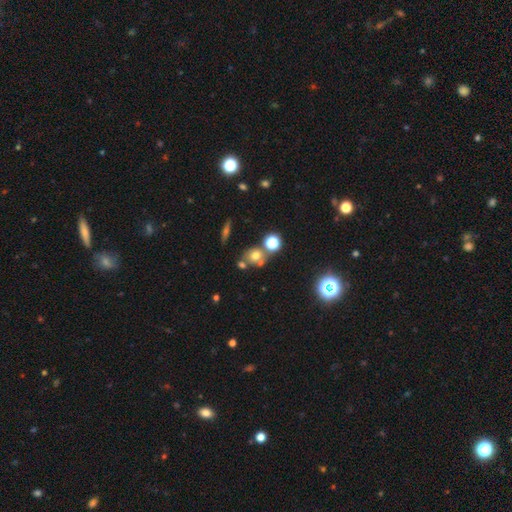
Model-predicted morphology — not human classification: Overall: smooth (60%; star or artifact 22%). How rounded: round (75%). Merging: none (56%; merger 28%).